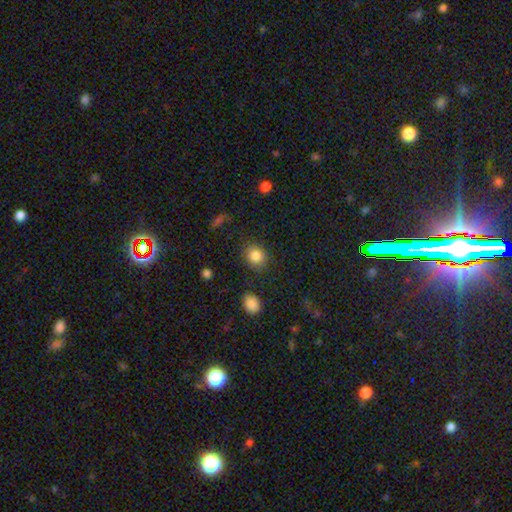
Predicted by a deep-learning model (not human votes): smooth_or_featured: smooth (p=0.84) [alt: star or artifact p=0.10]
how_rounded: round (p=0.69) [alt: in between p=0.30]
merging: none (p=0.84) [alt: minor disturbance p=0.11]